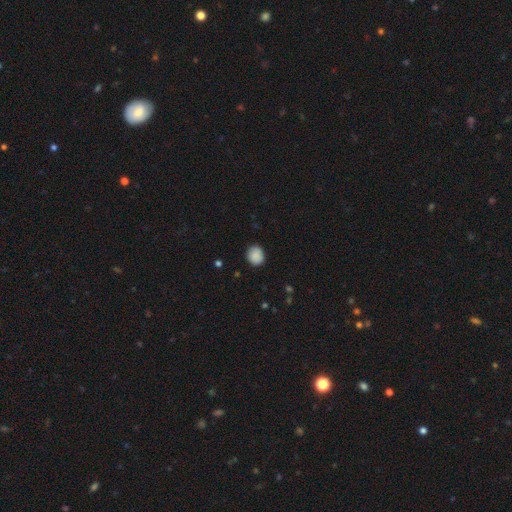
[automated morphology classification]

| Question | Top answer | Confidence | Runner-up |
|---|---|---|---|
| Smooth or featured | smooth | 87% | star or artifact (8%) |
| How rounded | round | 77% | in between (22%) |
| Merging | none | 83% | minor disturbance (14%) |